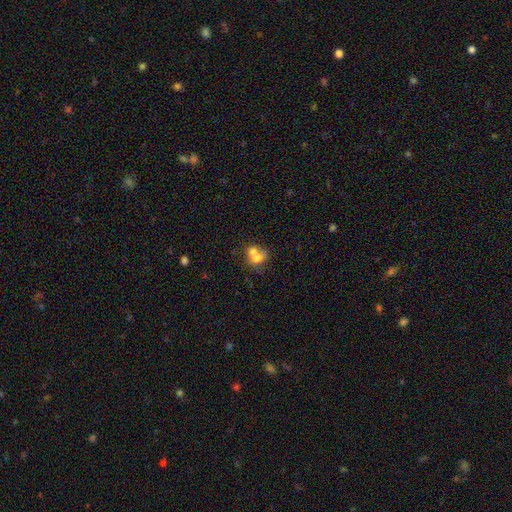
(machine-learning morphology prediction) Smooth or featured: smooth — 63% (featured or disk — 26%)
How rounded: round — 60% (in between — 39%)
Merging: merger — 63% (none — 24%)